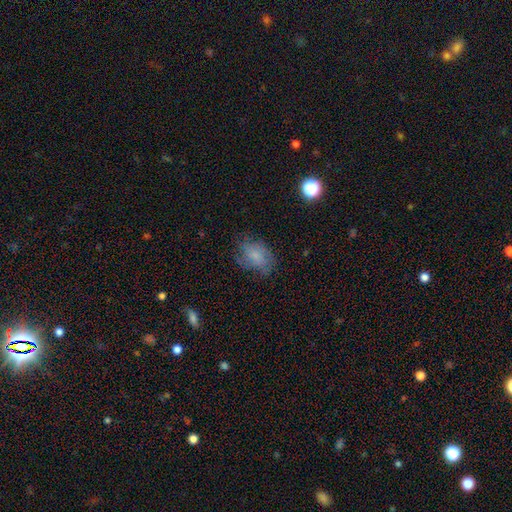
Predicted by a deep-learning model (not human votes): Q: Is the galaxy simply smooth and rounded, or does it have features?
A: smooth — 65%.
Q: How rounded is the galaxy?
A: in between — 71%.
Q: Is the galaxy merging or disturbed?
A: none — 65%.